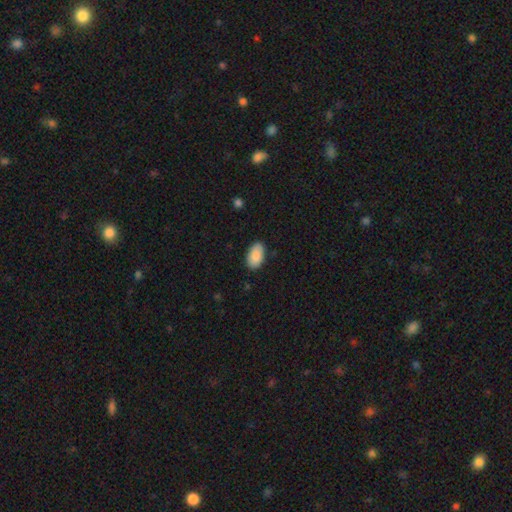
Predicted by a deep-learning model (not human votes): Smooth or featured?
  - smooth: 87% *
  - featured or disk: 6%
  - star or artifact: 6%
How rounded?
  - in between: 95% *
  - round: 4%
  - cigar-shaped: 1%
Merging?
  - none: 85% *
  - minor disturbance: 12%
  - major disturbance: 2%
  - merger: 1%